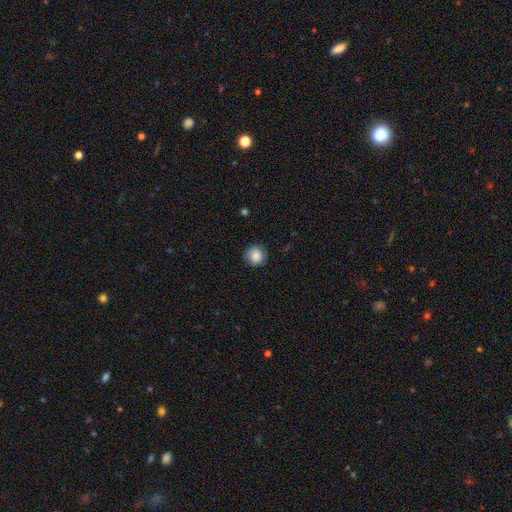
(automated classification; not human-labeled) This is clearly a smooth galaxy (86%). How rounded: clearly round (92%). Merging: clearly none (86%).